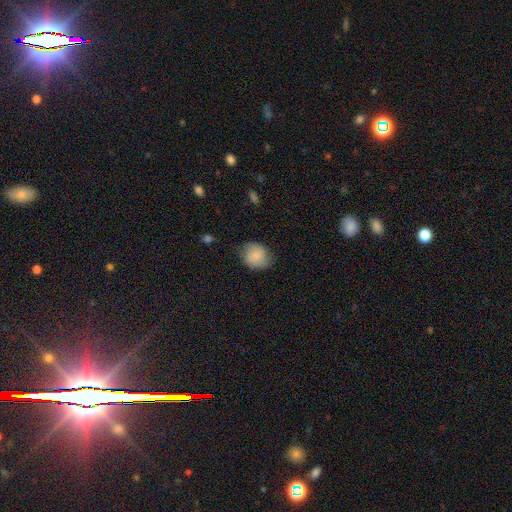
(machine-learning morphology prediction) Smooth or featured? smooth (82%)
How rounded? round (62%)
Merging? none (73%)